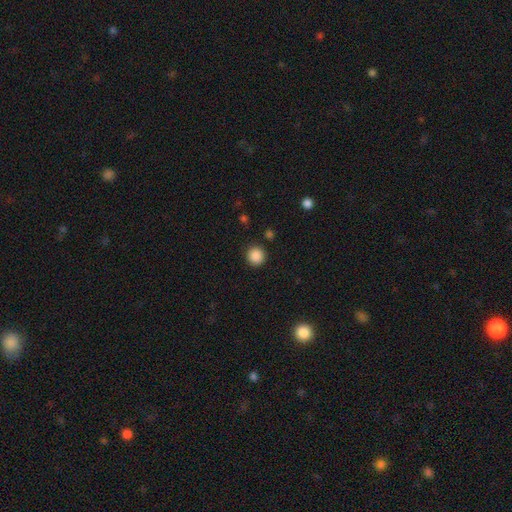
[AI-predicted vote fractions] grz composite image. It shows a smooth galaxy with no disk features (88%) that is round (93%). Merging: none (90%).